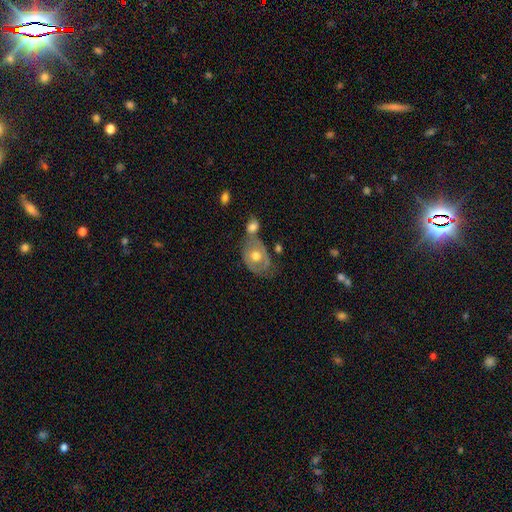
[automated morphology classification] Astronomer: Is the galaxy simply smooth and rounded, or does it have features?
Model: featured or disk — 62%.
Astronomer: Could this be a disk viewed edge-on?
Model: no — 94%.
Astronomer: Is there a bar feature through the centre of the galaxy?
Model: no — 83%.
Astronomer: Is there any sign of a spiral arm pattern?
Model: no — 50%, tied with yes at 50%.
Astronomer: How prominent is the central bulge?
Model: moderate — 75%.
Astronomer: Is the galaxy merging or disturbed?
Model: none — 40% (runner-up: merger, 32%).